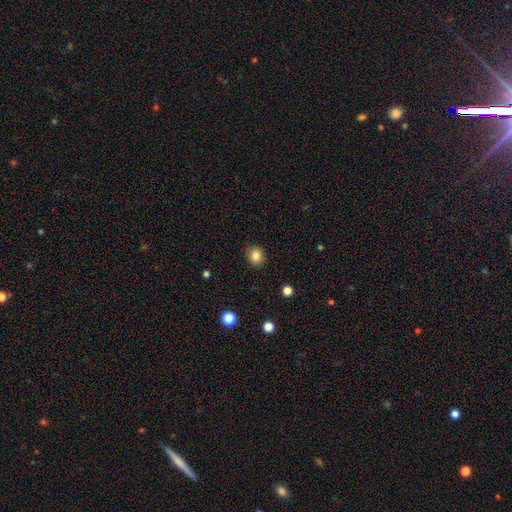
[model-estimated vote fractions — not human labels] Smooth or featured? smooth (85%)
How rounded? round (71%)
Merging? none (88%)